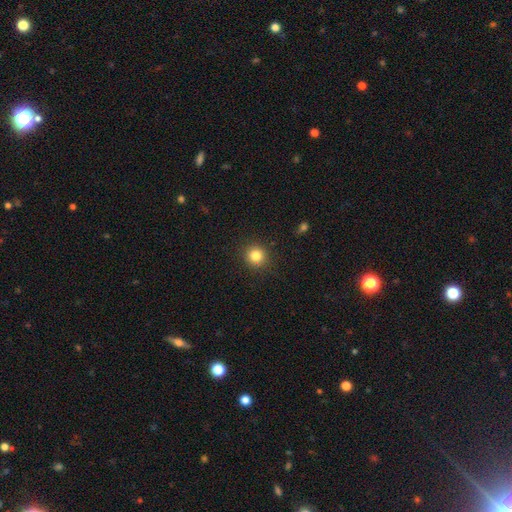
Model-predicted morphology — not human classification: Overall: smooth (83%). How rounded: round (93%). Merging: none (91%).